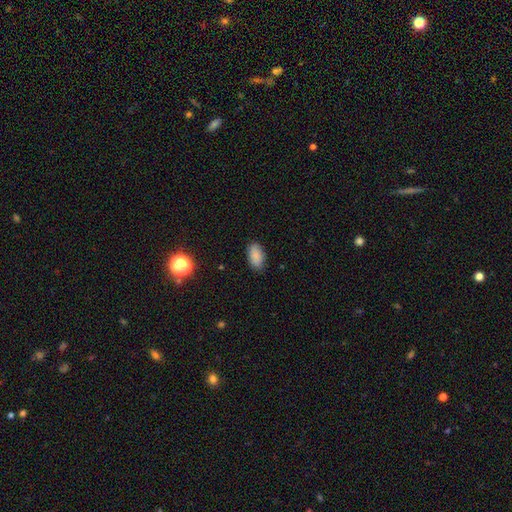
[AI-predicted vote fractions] Smooth or featured? smooth (86%)
How rounded? in between (93%)
Merging? none (85%)